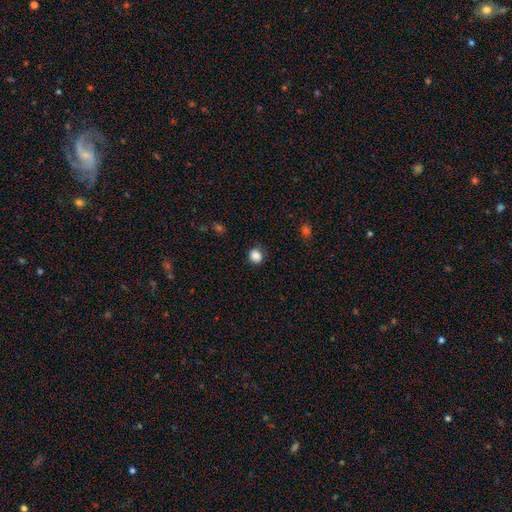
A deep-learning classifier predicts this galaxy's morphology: Smooth or featured: smooth — 86% (star or artifact — 10%)
How rounded: round — 76% (in between — 23%)
Merging: none — 85% (minor disturbance — 11%)